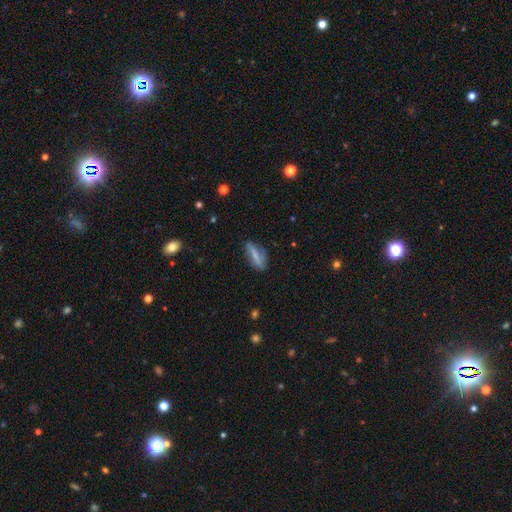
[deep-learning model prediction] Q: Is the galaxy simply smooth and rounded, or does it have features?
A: smooth — 46%.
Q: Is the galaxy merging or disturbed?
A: none — 66%.